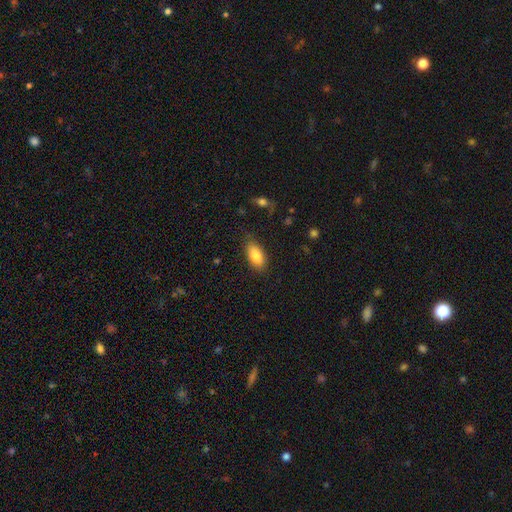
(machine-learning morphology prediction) Smooth or featured? Predicted: smooth (p=0.85). How rounded? Predicted: in between (p=0.89). Merging? Predicted: none (p=0.83).